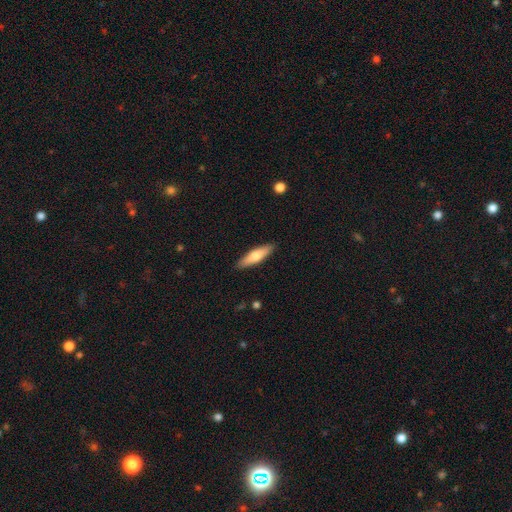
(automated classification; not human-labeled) Smooth or featured?
  - smooth: 65% *
  - featured or disk: 30%
  - star or artifact: 5%
How rounded?
  - cigar-shaped: 69% *
  - in between: 30%
  - round: 2%
Merging?
  - none: 90% *
  - minor disturbance: 8%
  - major disturbance: 2%
  - merger: 1%